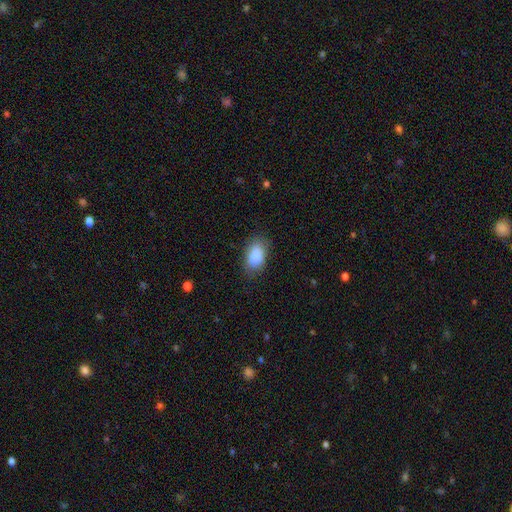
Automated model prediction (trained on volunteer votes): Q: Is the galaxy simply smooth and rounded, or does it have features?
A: smooth — 89%.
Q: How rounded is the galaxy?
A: in between — 91%.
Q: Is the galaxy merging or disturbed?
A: none — 79%.